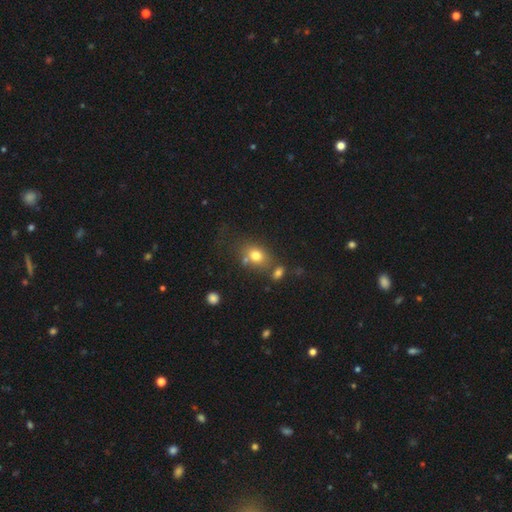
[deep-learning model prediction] smooth_or_featured: smooth (p=0.76) [alt: featured or disk p=0.12]
how_rounded: in between (p=0.60) [alt: round p=0.38]
merging: none (p=0.57) [alt: merger p=0.19]